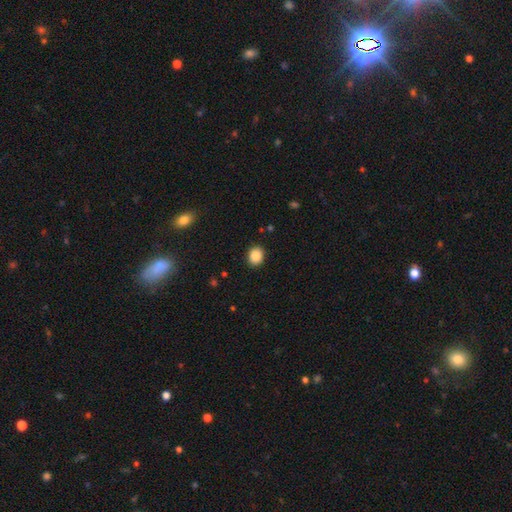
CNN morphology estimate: type=smooth (87%); roundness=round (62%); merging=none (90%).